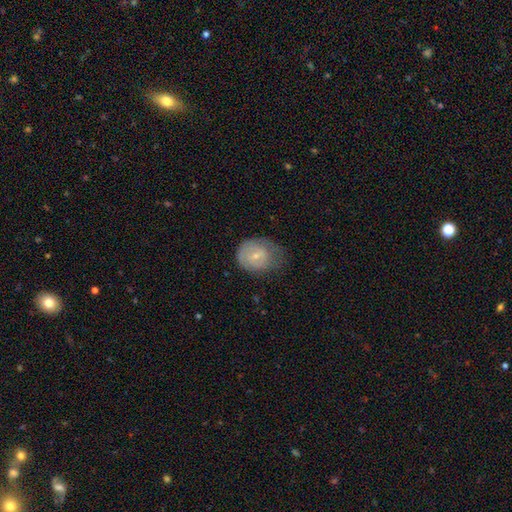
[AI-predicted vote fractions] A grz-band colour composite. It shows a smooth galaxy with no disk features (50%) that is round (56%). Merging: none (42%).